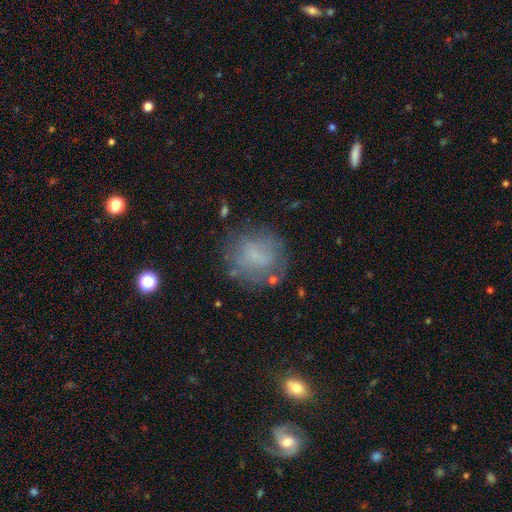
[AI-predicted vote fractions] A smooth galaxy with no disk features (56%) that is round (80%).

Vote fractions:
- Smooth or featured? smooth: 56% / featured or disk: 32% / star or artifact: 12%
- How rounded? round: 80% / in between: 19% / cigar-shaped: 1%
- Merging? none: 66% / minor disturbance: 19% / major disturbance: 11% / merger: 3%